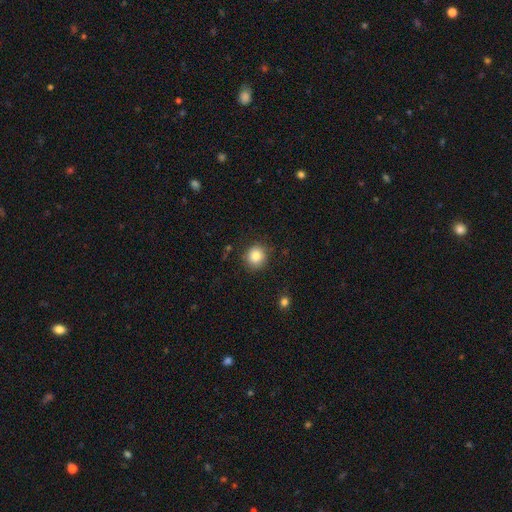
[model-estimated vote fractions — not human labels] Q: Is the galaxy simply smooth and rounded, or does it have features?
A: smooth — 84%.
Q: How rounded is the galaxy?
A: round — 88%.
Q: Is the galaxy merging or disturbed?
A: none — 86%.